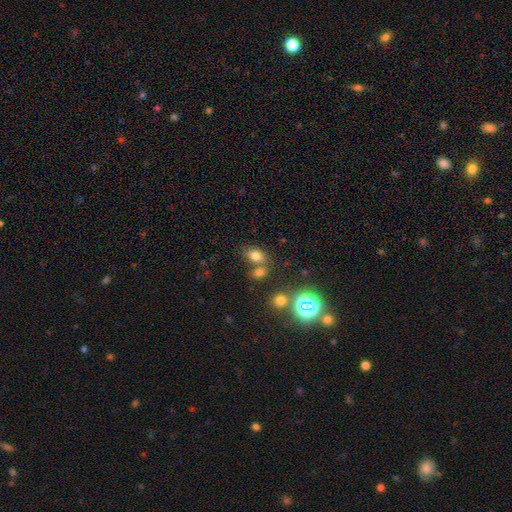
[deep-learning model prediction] The model was most divided on "merging": none: 55%, merger: 29%, minor disturbance: 12%, major disturbance: 5%. More confident: how rounded — in between (77%); smooth or featured — smooth (74%).